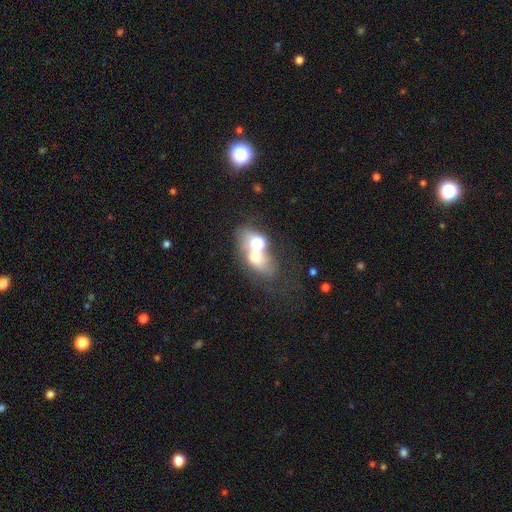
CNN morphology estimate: smooth-or-featured: smooth: 52% | featured or disk: 32% | star or artifact: 16%
  how-rounded: in between: 63% | round: 35% | cigar-shaped: 3%
  merging: merger: 59% | none: 21% | major disturbance: 12% | minor disturbance: 9%